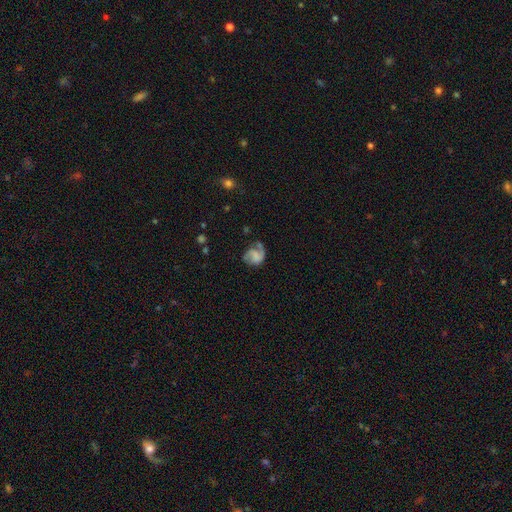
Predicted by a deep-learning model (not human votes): Q: Smooth or featured?
A: featured or disk (64%); runner-up: smooth (27%)
Q: Edge-on disk?
A: no (98%); runner-up: yes (2%)
Q: Bar?
A: no (56%); runner-up: weak (33%)
Q: Spiral arms?
A: yes (89%); runner-up: no (11%)
Q: Spiral winding?
A: medium (44%); runner-up: loose (34%)
Q: Spiral arm count?
A: 2 (67%); runner-up: 1 (19%)
Q: Bulge size?
A: none (58%); runner-up: small (18%)
Q: Merging?
A: none (51%); runner-up: minor disturbance (24%)